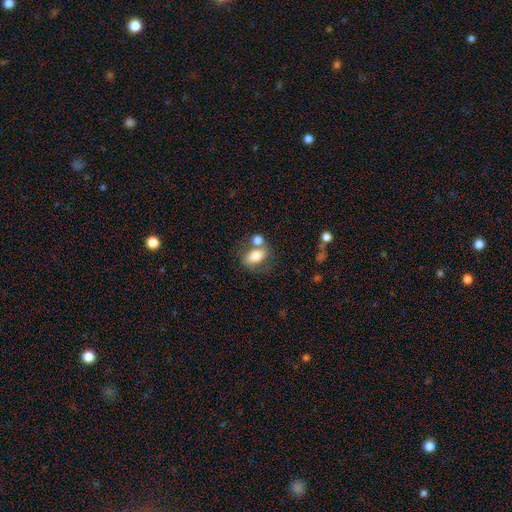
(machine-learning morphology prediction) This is likely a smooth galaxy (75%). How rounded: clearly in between (83%). Merging: possibly none (50%).